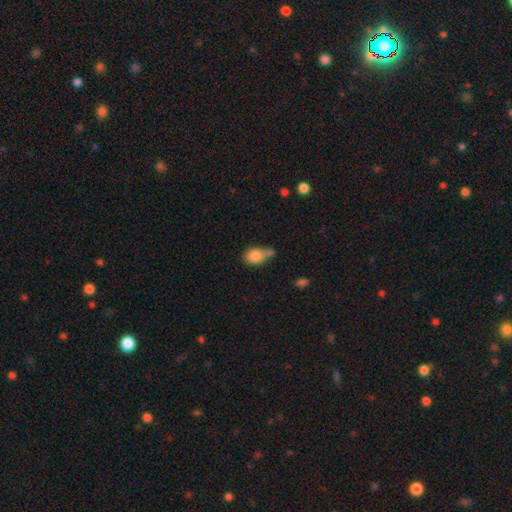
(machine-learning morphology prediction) smooth_or_featured: smooth (p=0.83) [alt: star or artifact p=0.09]
how_rounded: in between (p=0.64) [alt: round p=0.34]
merging: merger (p=0.38) [alt: none p=0.34]